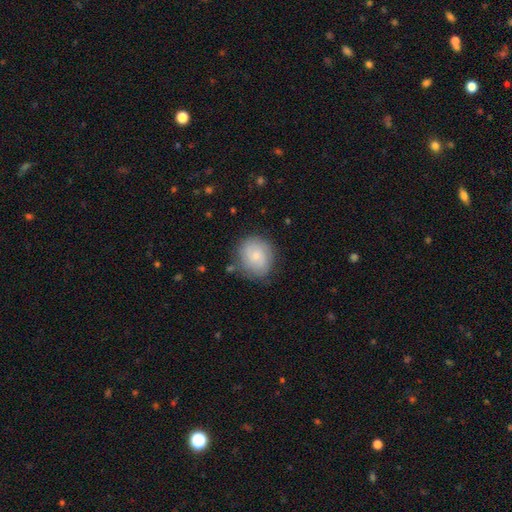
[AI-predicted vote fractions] Smooth or featured? Predicted: smooth (p=0.63). How rounded? Predicted: round (p=0.80). Merging? Predicted: none (p=0.77).